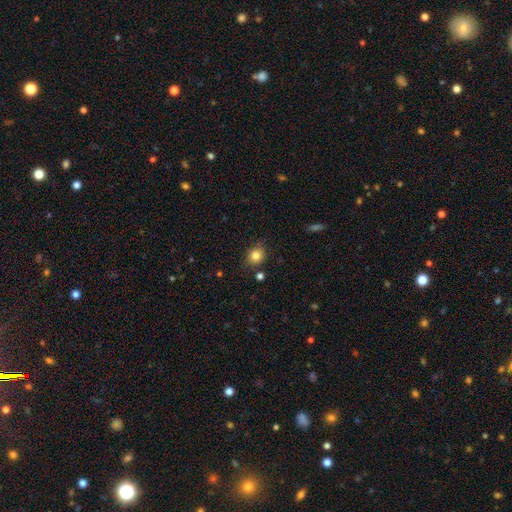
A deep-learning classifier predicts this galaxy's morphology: The model was most divided on "how rounded": round: 72%, in between: 27%, cigar-shaped: 1%. More confident: smooth or featured — smooth (82%); merging — none (79%).